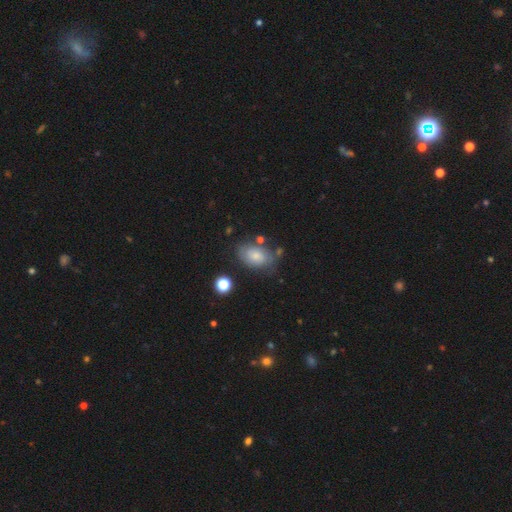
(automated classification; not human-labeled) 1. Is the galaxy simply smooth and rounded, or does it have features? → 62% smooth, 29% featured or disk, 9% star or artifact.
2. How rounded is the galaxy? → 86% in between, 12% round, 2% cigar-shaped.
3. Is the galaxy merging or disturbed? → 64% none, 22% minor disturbance, 8% major disturbance, 5% merger.